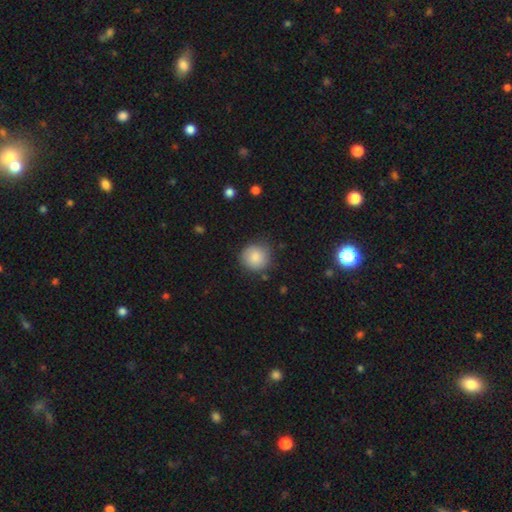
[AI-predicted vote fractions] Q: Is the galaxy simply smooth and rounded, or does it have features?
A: smooth — 86%.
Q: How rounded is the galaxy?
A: round — 92%.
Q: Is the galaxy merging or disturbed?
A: none — 82%.